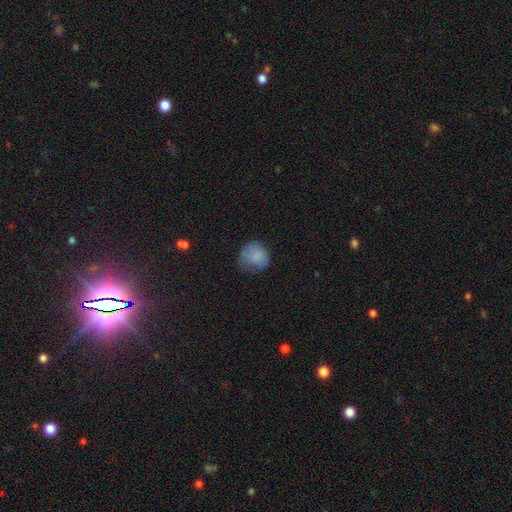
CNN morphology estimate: Q: Smooth or featured?
A: smooth (79%); runner-up: featured or disk (11%)
Q: How rounded?
A: round (77%); runner-up: in between (22%)
Q: Merging?
A: none (53%); runner-up: minor disturbance (31%)